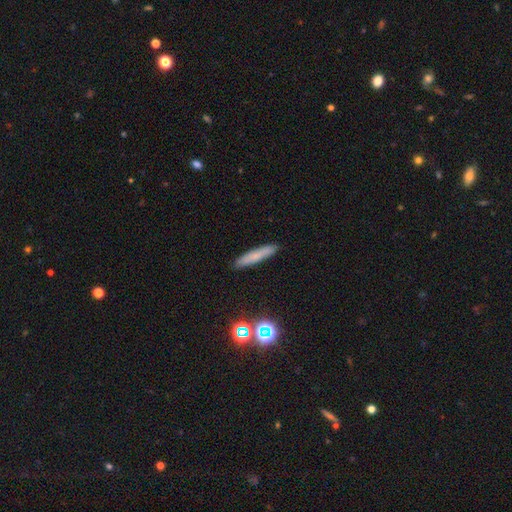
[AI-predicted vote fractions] A smooth galaxy with no disk features (69%) that is cigar-shaped (91%).

Vote fractions:
- Smooth or featured? smooth: 69% / featured or disk: 20% / star or artifact: 11%
- How rounded? cigar-shaped: 91% / in between: 7% / round: 2%
- Merging? none: 90% / minor disturbance: 7% / major disturbance: 2% / merger: 1%